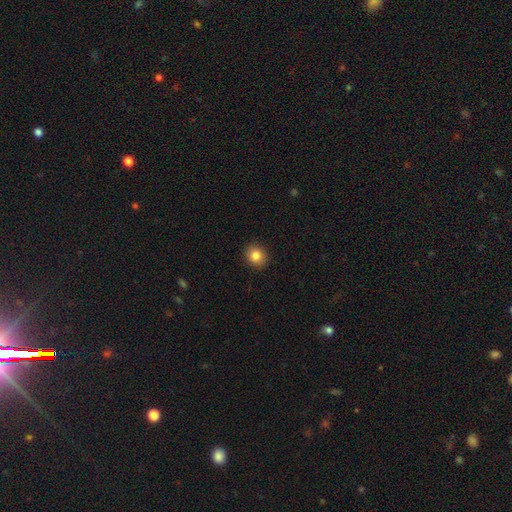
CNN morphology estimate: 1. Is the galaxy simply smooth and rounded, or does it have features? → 84% smooth, 10% star or artifact, 6% featured or disk.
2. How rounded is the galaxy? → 69% round, 30% in between, 1% cigar-shaped.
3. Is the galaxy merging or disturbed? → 91% none, 7% minor disturbance, 2% major disturbance, 1% merger.